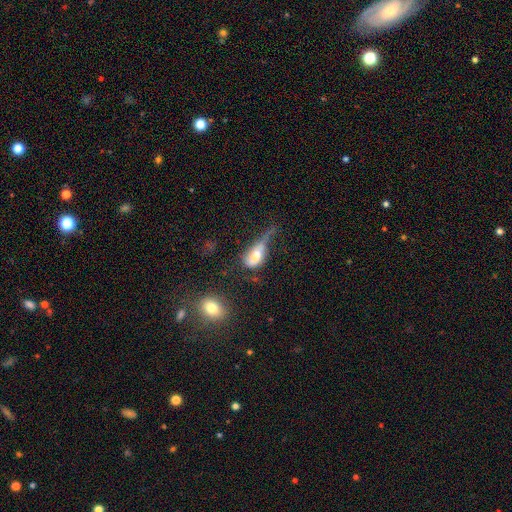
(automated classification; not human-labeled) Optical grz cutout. It shows a smooth galaxy with no disk features (60%) that is in between round and cigar-shaped (81%). Merging: major disturbance (51%).